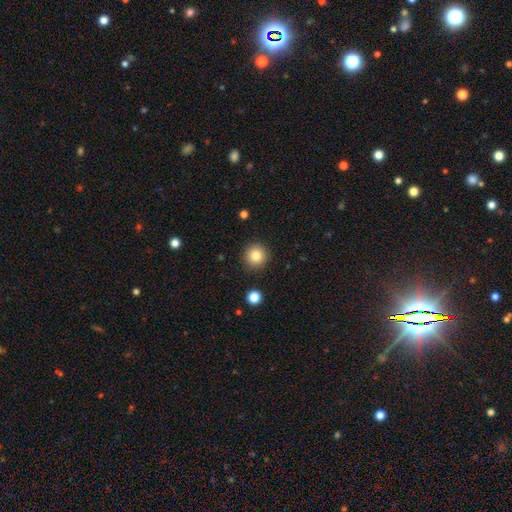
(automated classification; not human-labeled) This is clearly a smooth galaxy (84%). How rounded: clearly round (94%). Merging: clearly none (91%).